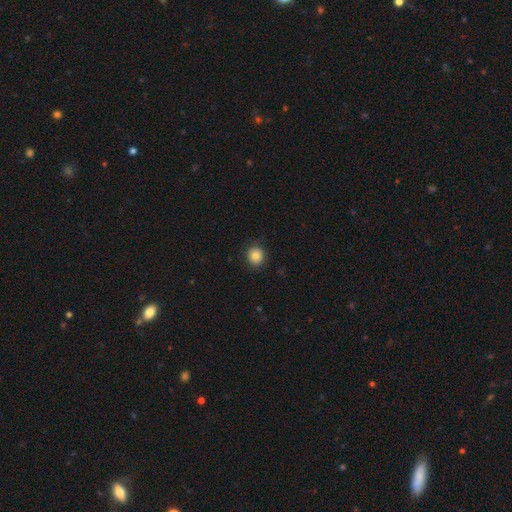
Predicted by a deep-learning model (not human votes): Smooth or featured: smooth — 84% (star or artifact — 10%)
How rounded: round — 89% (in between — 11%)
Merging: none — 84% (minor disturbance — 11%)